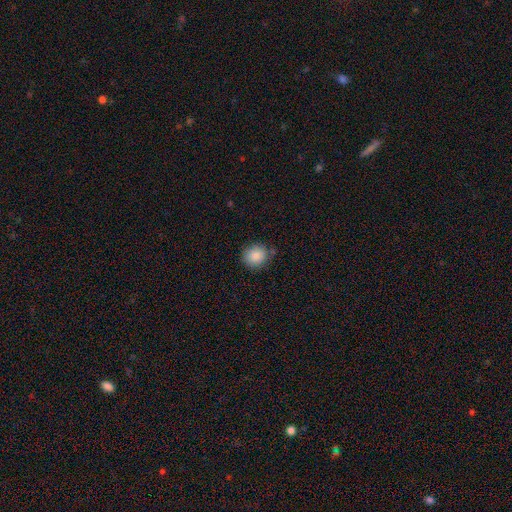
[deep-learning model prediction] A smooth galaxy with no disk features (87%) that is round (82%).

Vote fractions:
- Smooth or featured? smooth: 87% / star or artifact: 8% / featured or disk: 4%
- How rounded? round: 82% / in between: 17% / cigar-shaped: 1%
- Merging? none: 79% / minor disturbance: 15% / major disturbance: 3% / merger: 3%